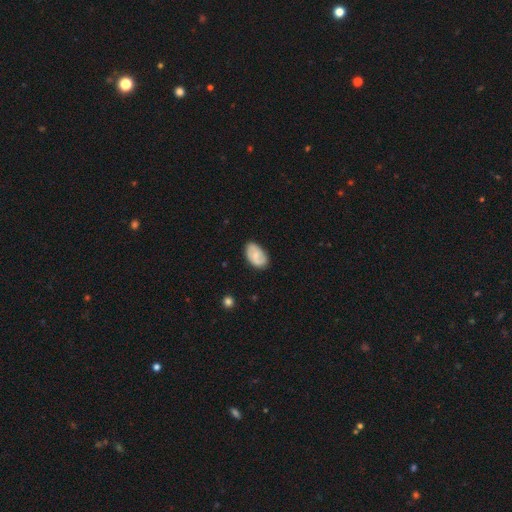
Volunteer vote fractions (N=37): Smooth or featured?
  - smooth: 62% *
  - featured or disk: 35%
  - star or artifact: 3%
How rounded?
  - in between: 91% *
  - round: 9%
  - cigar-shaped: 0%
Merging?
  - none: 69% *
  - minor disturbance: 25%
  - major disturbance: 3%
  - merger: 3%